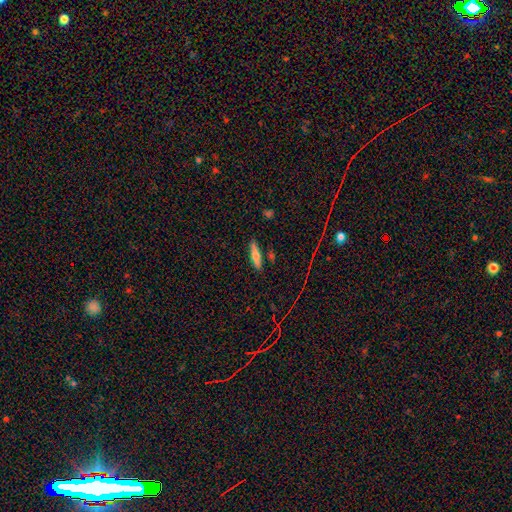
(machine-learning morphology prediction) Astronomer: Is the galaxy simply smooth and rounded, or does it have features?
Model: smooth — 57% (runner-up: featured or disk, 34%).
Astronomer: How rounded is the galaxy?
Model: cigar-shaped — 73%.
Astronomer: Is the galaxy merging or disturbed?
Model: none — 84%.